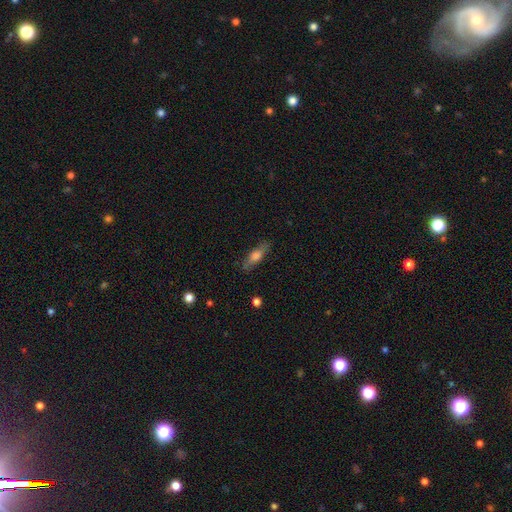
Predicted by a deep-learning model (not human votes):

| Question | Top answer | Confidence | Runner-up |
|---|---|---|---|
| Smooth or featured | smooth | 52% | featured or disk (40%) |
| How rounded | cigar-shaped | 55% | in between (41%) |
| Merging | none | 82% | minor disturbance (13%) |